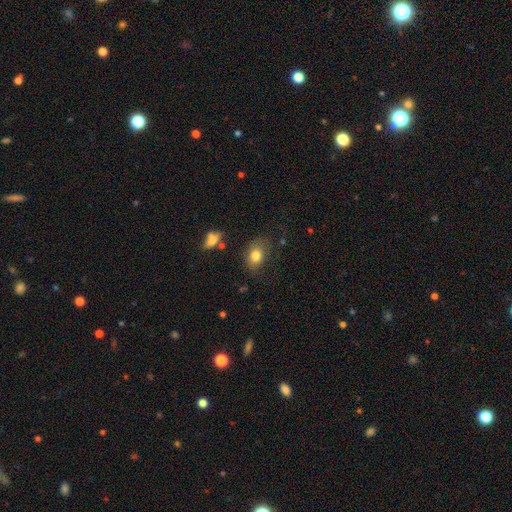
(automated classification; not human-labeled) smooth-or-featured: smooth: 79% | star or artifact: 11% | featured or disk: 10%
  how-rounded: in between: 68% | round: 31% | cigar-shaped: 1%
  merging: none: 68% | minor disturbance: 22% | major disturbance: 8% | merger: 3%